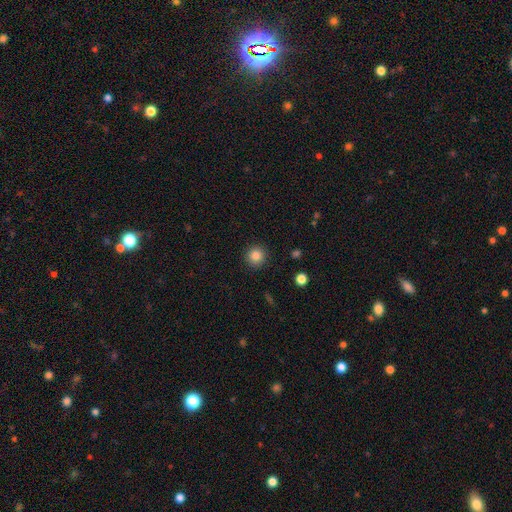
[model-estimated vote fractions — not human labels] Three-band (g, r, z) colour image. It shows a smooth galaxy with no disk features (85%) that is round (94%). Merging: none (91%).